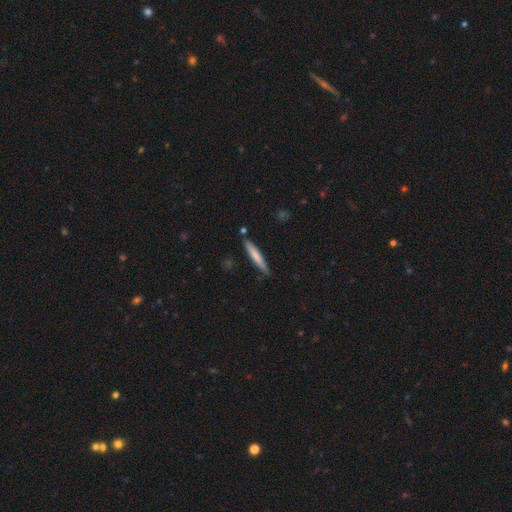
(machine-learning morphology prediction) A smooth galaxy with no disk features (70%) that is cigar-shaped (94%).

Vote fractions:
- Smooth or featured? smooth: 70% / featured or disk: 25% / star or artifact: 5%
- How rounded? cigar-shaped: 94% / in between: 5% / round: 1%
- Merging? none: 84% / minor disturbance: 12% / merger: 3% / major disturbance: 2%